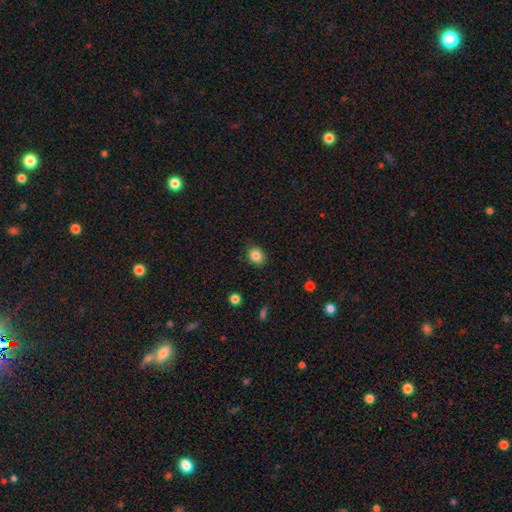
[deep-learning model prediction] A smooth galaxy with no disk features (84%) that is round (57%).

Vote fractions:
- Smooth or featured? smooth: 84% / star or artifact: 10% / featured or disk: 5%
- How rounded? round: 57% / in between: 42% / cigar-shaped: 1%
- Merging? none: 87% / minor disturbance: 10% / major disturbance: 2% / merger: 1%